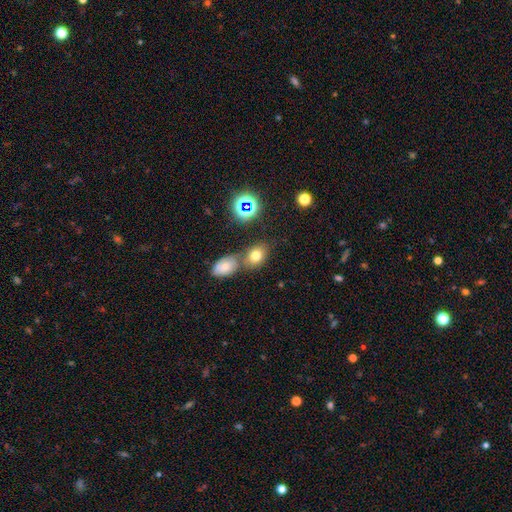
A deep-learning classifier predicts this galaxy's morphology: A smooth galaxy with no disk features (70%) that is in between round and cigar-shaped (68%). Merging: none (53%).